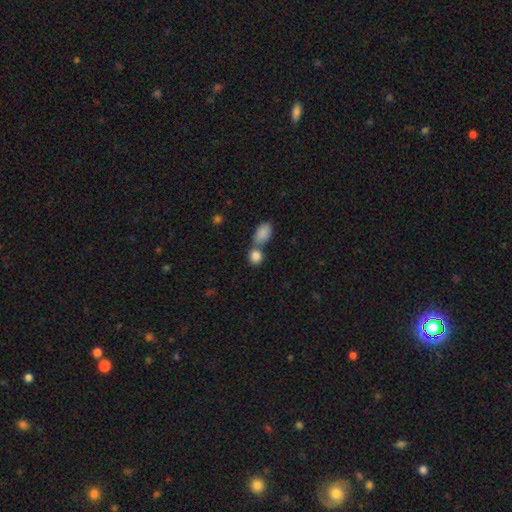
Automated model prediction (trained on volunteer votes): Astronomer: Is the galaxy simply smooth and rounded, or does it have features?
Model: smooth — 86%.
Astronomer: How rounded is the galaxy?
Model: round — 54% (runner-up: in between, 43%).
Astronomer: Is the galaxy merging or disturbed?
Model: merger — 47% (runner-up: none, 42%).